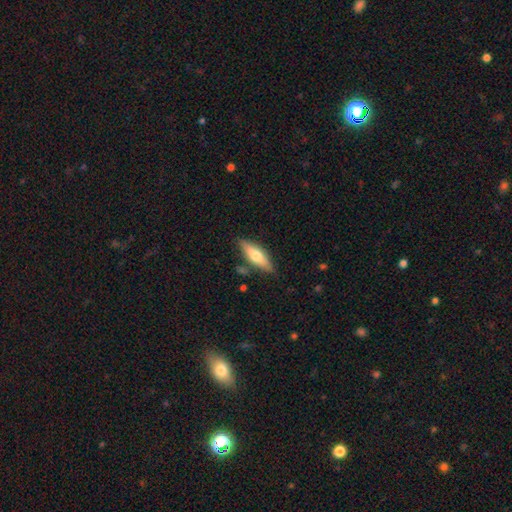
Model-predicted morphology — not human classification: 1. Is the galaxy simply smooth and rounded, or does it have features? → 55% smooth, 39% featured or disk, 6% star or artifact.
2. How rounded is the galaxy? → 52% cigar-shaped, 45% in between, 2% round.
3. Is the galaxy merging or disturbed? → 80% none, 13% minor disturbance, 4% merger, 3% major disturbance.